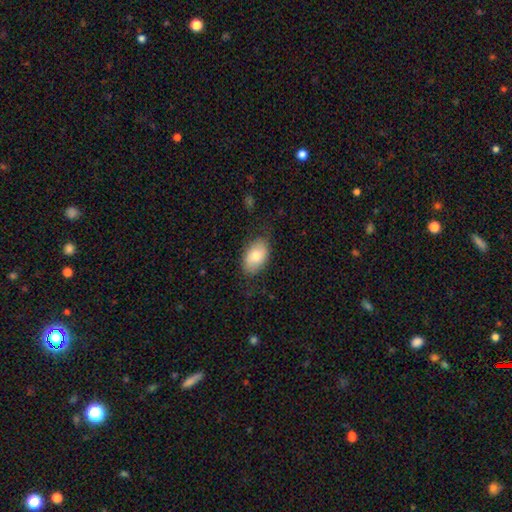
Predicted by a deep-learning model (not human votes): Smooth or featured? smooth (74%)
How rounded? in between (90%)
Merging? none (77%)